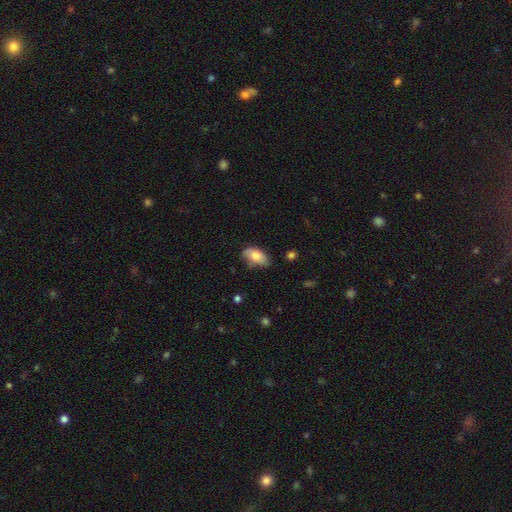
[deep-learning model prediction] smooth_or_featured: smooth (p=0.75) [alt: featured or disk p=0.17]
how_rounded: in between (p=0.92) [alt: round p=0.06]
merging: none (p=0.53) [alt: minor disturbance p=0.36]